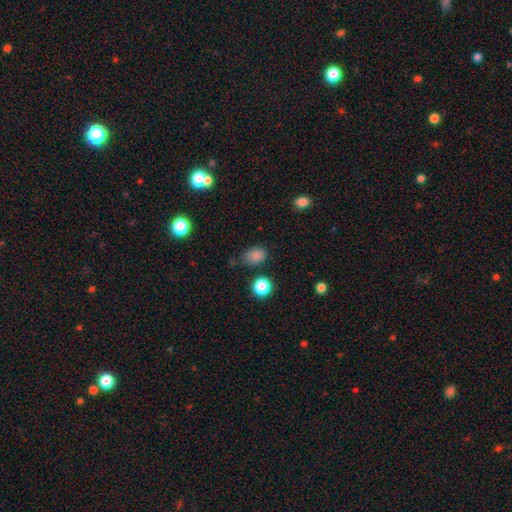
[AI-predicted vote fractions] The model was most divided on "how rounded": in between: 68%, round: 31%, cigar-shaped: 1%. More confident: smooth or featured — smooth (82%); merging — none (68%).